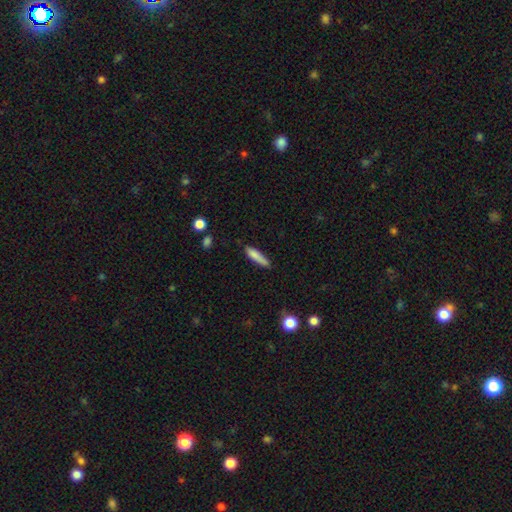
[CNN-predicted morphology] Smooth or featured: smooth — 82% (featured or disk — 11%)
How rounded: cigar-shaped — 79% (in between — 20%)
Merging: none — 68% (minor disturbance — 25%)